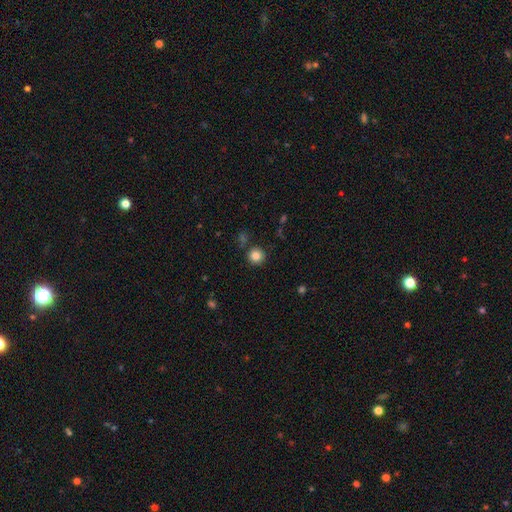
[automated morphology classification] smooth-or-featured: smooth: 84% | star or artifact: 11% | featured or disk: 5%
  how-rounded: round: 94% | in between: 5% | cigar-shaped: 1%
  merging: none: 87% | minor disturbance: 7% | merger: 4% | major disturbance: 2%